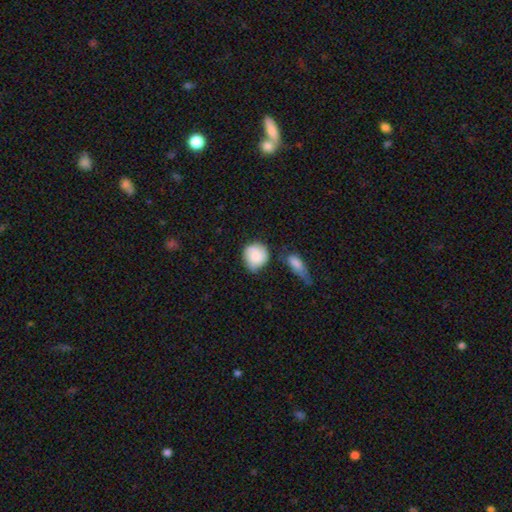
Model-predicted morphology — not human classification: This appears to be a smooth galaxy with no disk features (76%) that is round (81%). Merging: none (57%).